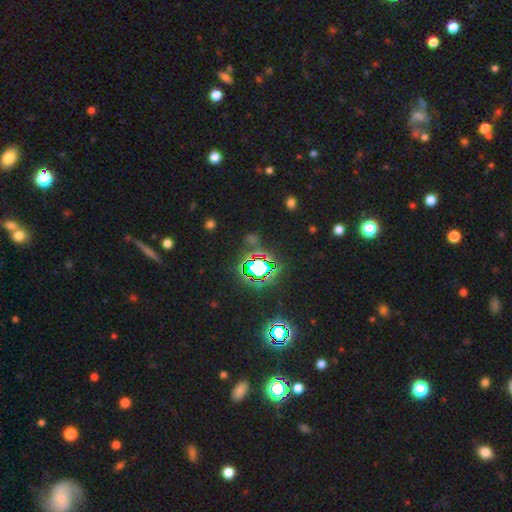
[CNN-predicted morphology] type=star or artifact (77%).